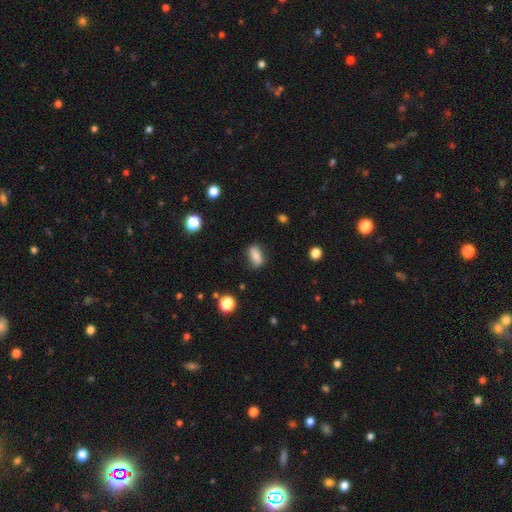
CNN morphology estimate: type=smooth (82%); roundness=in between (78%); merging=none (80%).